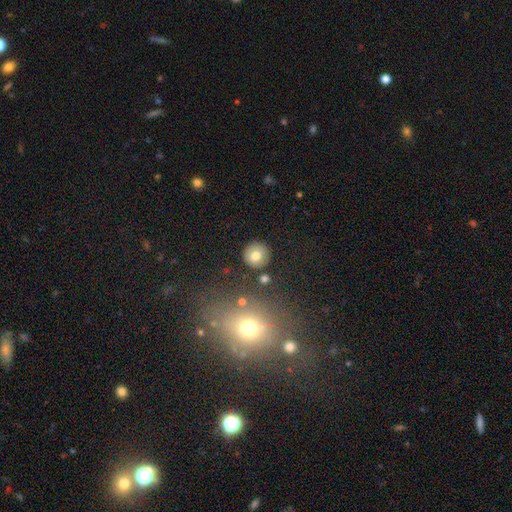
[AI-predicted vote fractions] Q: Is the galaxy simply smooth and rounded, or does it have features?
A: smooth — 75%.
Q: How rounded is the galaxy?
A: round — 94%.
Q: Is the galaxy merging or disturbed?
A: none — 88%.